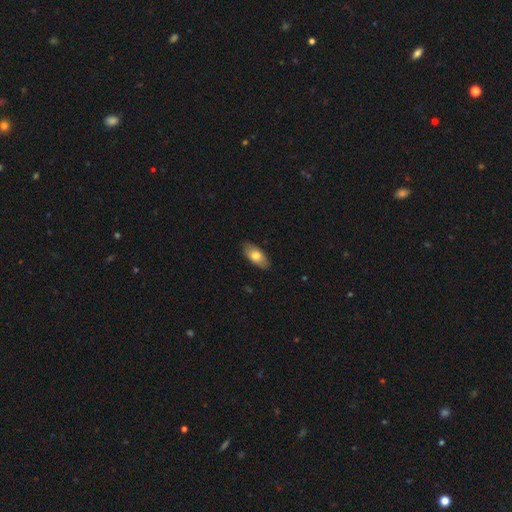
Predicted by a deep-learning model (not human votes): smooth 72%, featured or disk 22%, star or artifact 6%. Down the decision tree: how rounded — in between (91%); merging — none (86%).